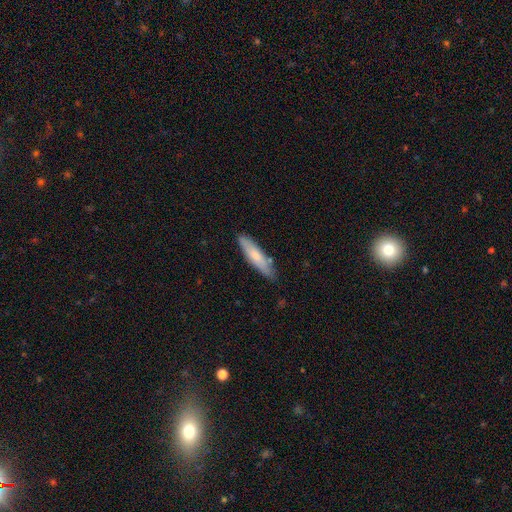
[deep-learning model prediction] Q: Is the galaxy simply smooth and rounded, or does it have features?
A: smooth — 69%.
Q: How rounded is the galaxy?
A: cigar-shaped — 76%.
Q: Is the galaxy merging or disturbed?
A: none — 81%.